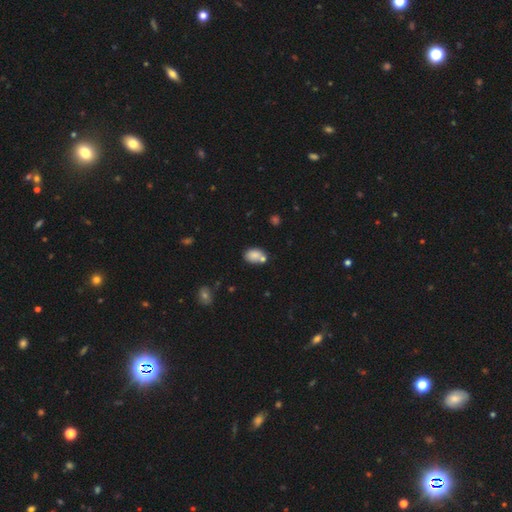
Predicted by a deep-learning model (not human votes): Smooth or featured? Predicted: smooth (p=0.80). How rounded? Predicted: in between (p=0.78). Merging? Predicted: none (p=0.51).